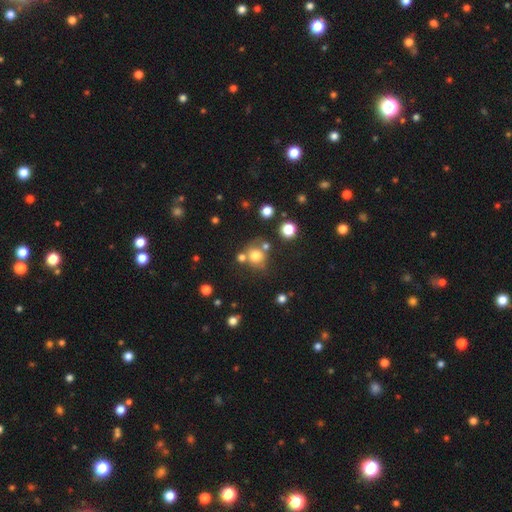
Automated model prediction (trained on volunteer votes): Overall: smooth (73%). How rounded: round (83%). Merging: none (58%; merger 21%).